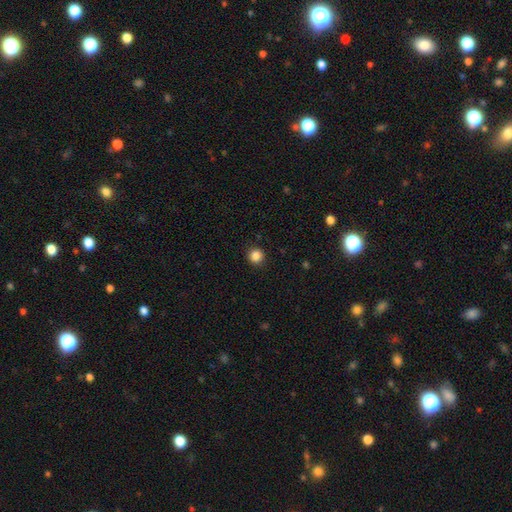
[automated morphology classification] Smooth or featured? smooth (86%)
How rounded? round (95%)
Merging? none (92%)